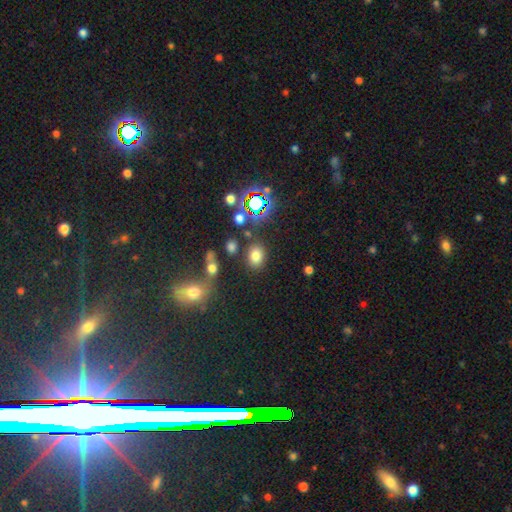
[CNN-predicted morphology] Smooth or featured?
  - smooth: 73% *
  - star or artifact: 19%
  - featured or disk: 8%
How rounded?
  - in between: 61% *
  - round: 38%
  - cigar-shaped: 1%
Merging?
  - none: 79% *
  - minor disturbance: 10%
  - merger: 6%
  - major disturbance: 4%